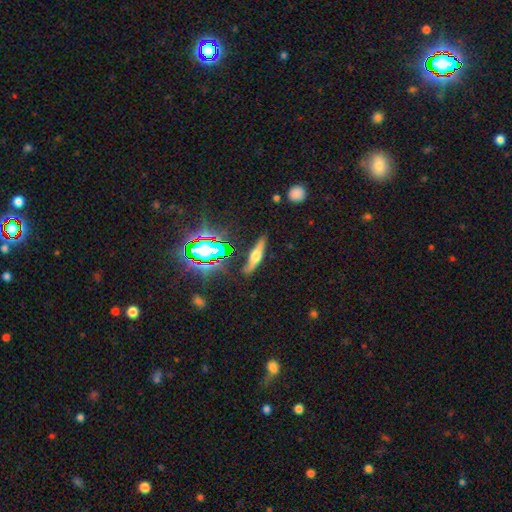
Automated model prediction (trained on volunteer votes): A featured or disk galaxy (55%) viewed edge-on (93%) with a rounded central bulge (91%). Merging: none (84%).